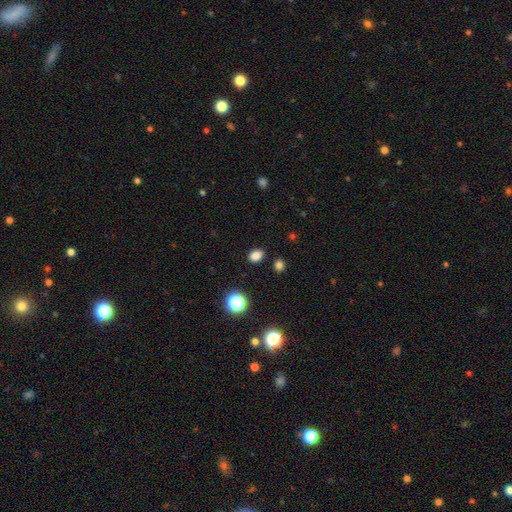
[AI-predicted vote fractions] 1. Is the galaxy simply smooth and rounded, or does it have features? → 82% smooth, 15% star or artifact, 4% featured or disk.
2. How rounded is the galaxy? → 69% in between, 30% round, 1% cigar-shaped.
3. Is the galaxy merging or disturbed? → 87% none, 9% minor disturbance, 2% major disturbance, 2% merger.